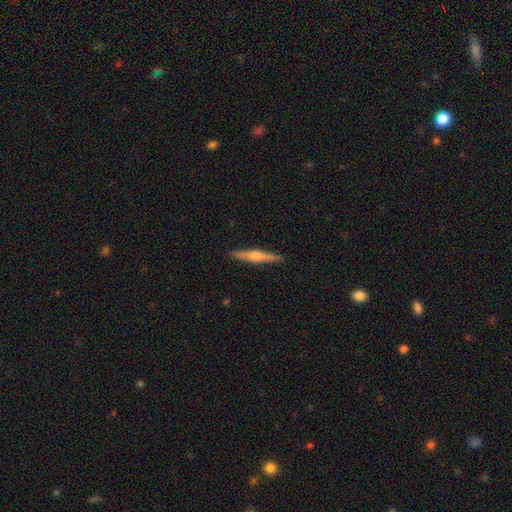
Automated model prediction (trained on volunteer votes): This appears to be a featured or disk galaxy (59%) viewed edge-on (98%) with a rounded central bulge (82%). Merging: none (91%).